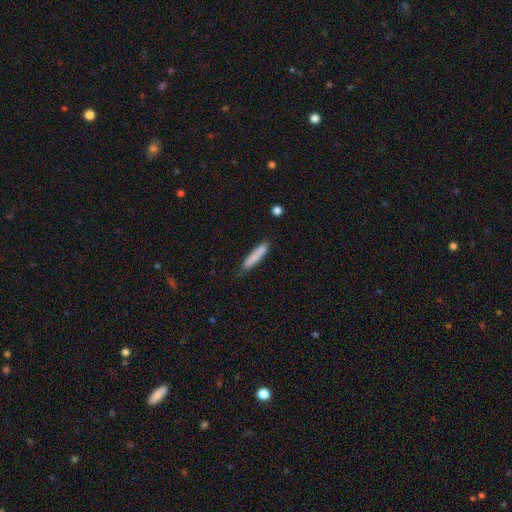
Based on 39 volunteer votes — A smooth galaxy with no disk features (79%) that is cigar-shaped (97%). Merging: none (95%).